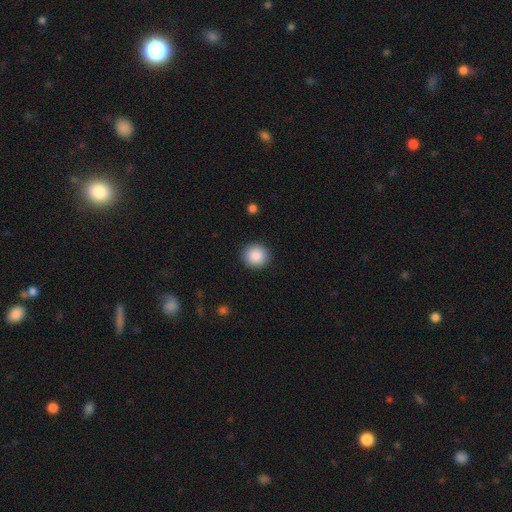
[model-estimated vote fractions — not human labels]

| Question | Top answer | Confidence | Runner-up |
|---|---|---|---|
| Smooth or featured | smooth | 89% | star or artifact (8%) |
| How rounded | round | 92% | in between (7%) |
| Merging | none | 92% | minor disturbance (6%) |